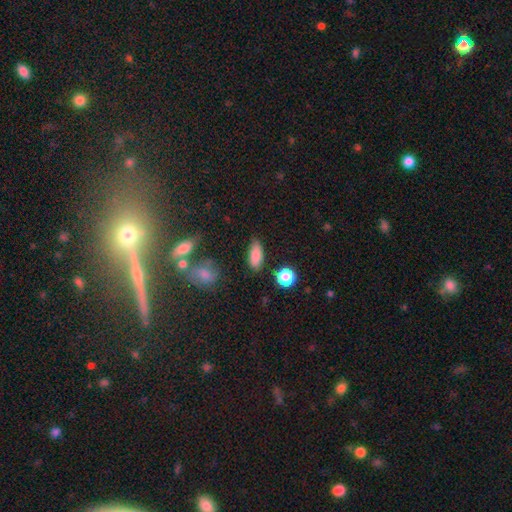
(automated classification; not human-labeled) A smooth galaxy with no disk features (86%) that is in between round and cigar-shaped (83%). Merging: none (80%).